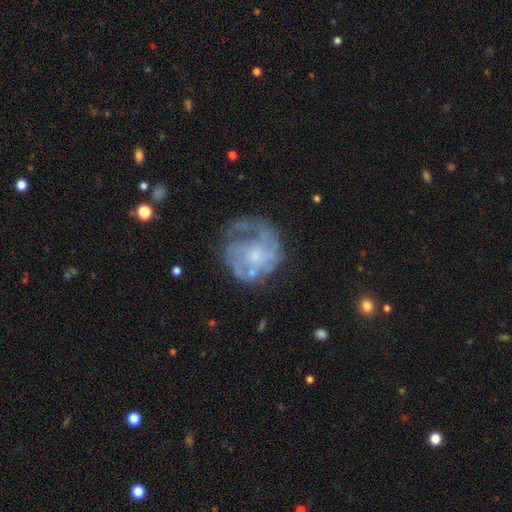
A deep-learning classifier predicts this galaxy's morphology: This appears to be a featured or disk galaxy (75%) with no bar (74%), tight (43%) spiral arms (76%) and a small central bulge (57%). Merging: none (51%).